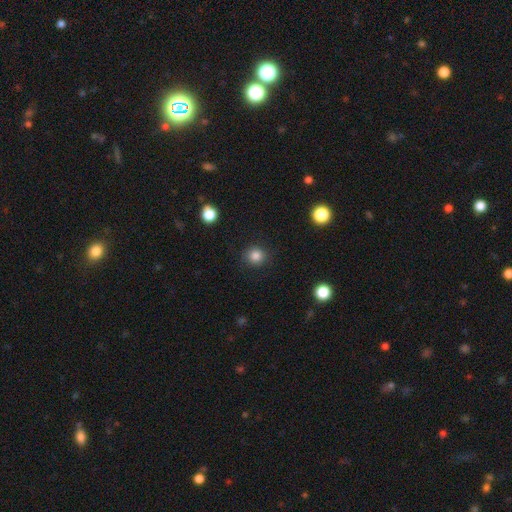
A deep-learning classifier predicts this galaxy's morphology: Smooth or featured? smooth (85%)
How rounded? round (91%)
Merging? none (89%)